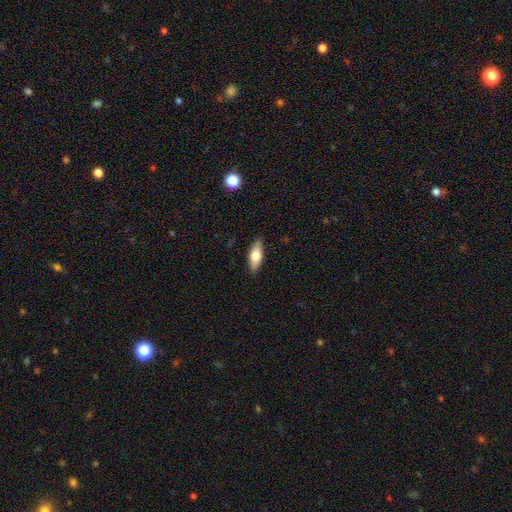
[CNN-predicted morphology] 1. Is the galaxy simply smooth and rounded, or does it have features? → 63% smooth, 31% featured or disk, 6% star or artifact.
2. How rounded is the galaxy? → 70% in between, 27% cigar-shaped, 3% round.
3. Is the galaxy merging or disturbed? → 88% none, 9% minor disturbance, 2% major disturbance, 1% merger.